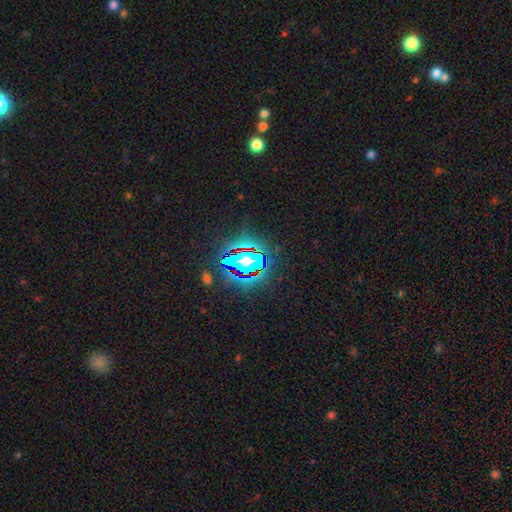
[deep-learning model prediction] A star or artifact, not a galaxy (82%).

Vote fractions:
- Smooth or featured? star or artifact: 82% / smooth: 11% / featured or disk: 8%